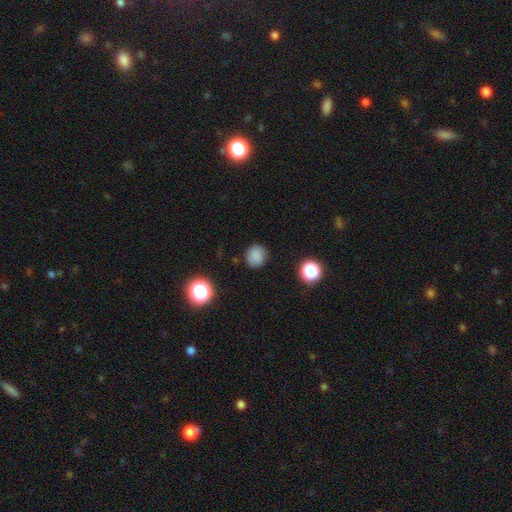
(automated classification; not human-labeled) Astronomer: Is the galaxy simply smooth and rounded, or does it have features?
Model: smooth — 82%.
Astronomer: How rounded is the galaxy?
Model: round — 84%.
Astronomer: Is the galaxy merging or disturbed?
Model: none — 85%.